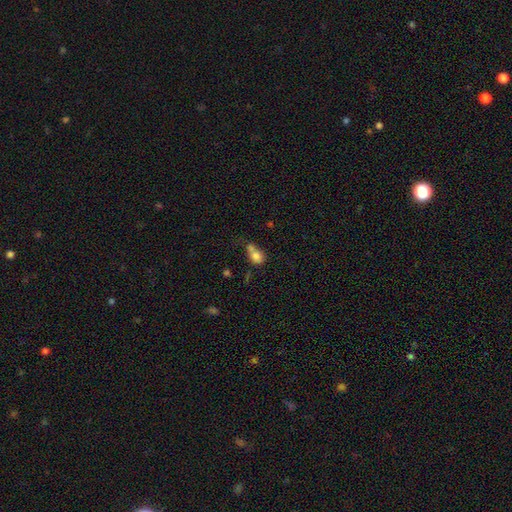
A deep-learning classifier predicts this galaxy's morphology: This appears to be a smooth galaxy with no disk features (76%) that is in between round and cigar-shaped (52%). Merging: merger (46%).